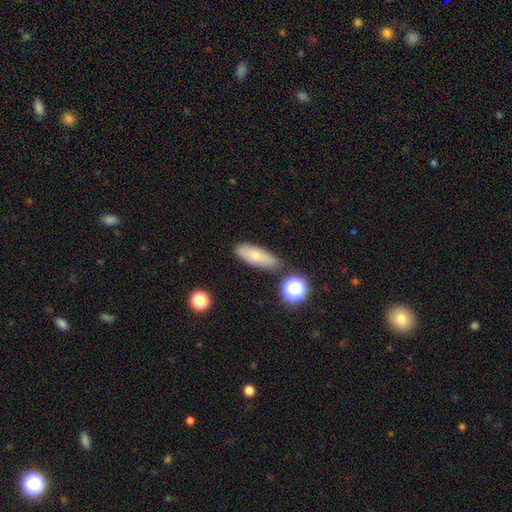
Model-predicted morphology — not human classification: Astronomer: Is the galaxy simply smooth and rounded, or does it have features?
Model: smooth — 69%.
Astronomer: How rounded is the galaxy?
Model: in between — 61%.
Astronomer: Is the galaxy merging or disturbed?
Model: none — 78%.